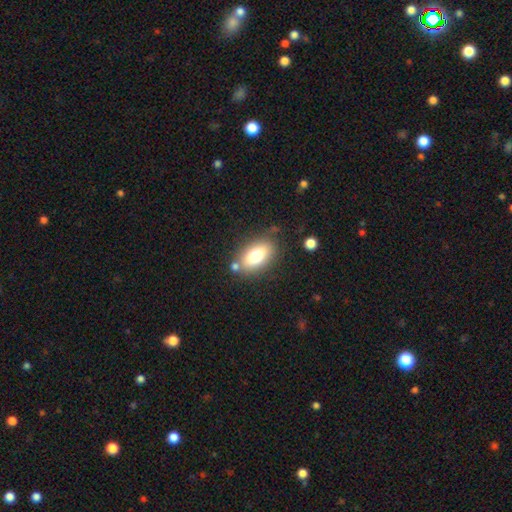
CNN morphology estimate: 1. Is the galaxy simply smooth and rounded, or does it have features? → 74% smooth, 17% featured or disk, 8% star or artifact.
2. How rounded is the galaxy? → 88% in between, 8% round, 4% cigar-shaped.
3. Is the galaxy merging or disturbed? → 72% none, 15% minor disturbance, 8% merger, 5% major disturbance.